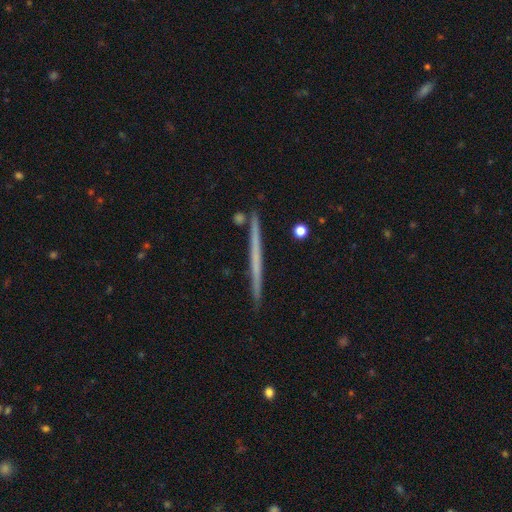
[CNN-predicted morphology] Smooth or featured? Predicted: featured or disk (p=0.58). Edge-on disk? Predicted: yes (p=0.98). Edge-on bulge? Predicted: none (p=0.84). Merging? Predicted: none (p=0.91).